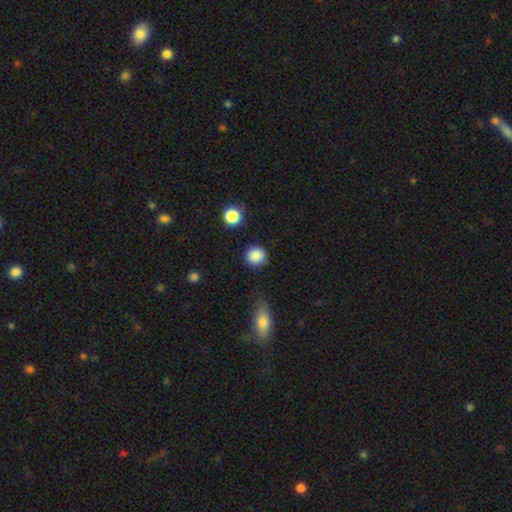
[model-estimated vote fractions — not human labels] Overall: smooth (88%). How rounded: round (88%). Merging: none (85%).